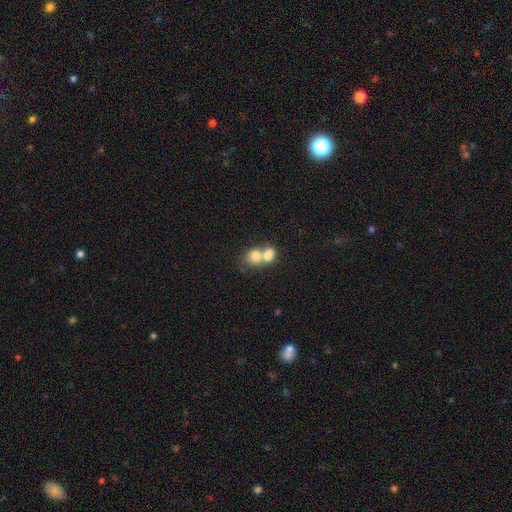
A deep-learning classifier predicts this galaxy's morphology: Smooth or featured: smooth — 76% (featured or disk — 15%)
How rounded: round — 61% (in between — 38%)
Merging: merger — 73% (none — 20%)